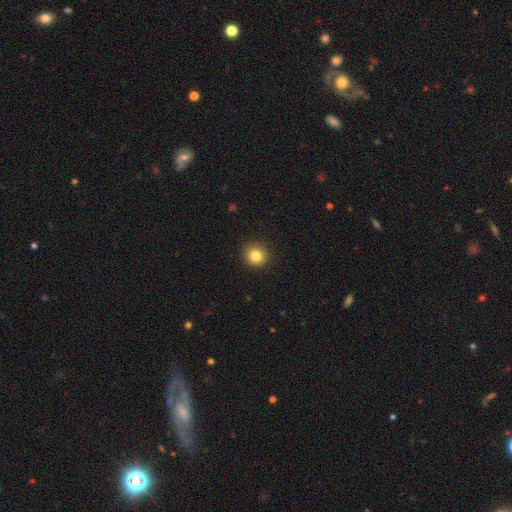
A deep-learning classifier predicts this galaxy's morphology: smooth 82%, star or artifact 11%, featured or disk 6%. Down the decision tree: how rounded — round (93%); merging — none (92%).